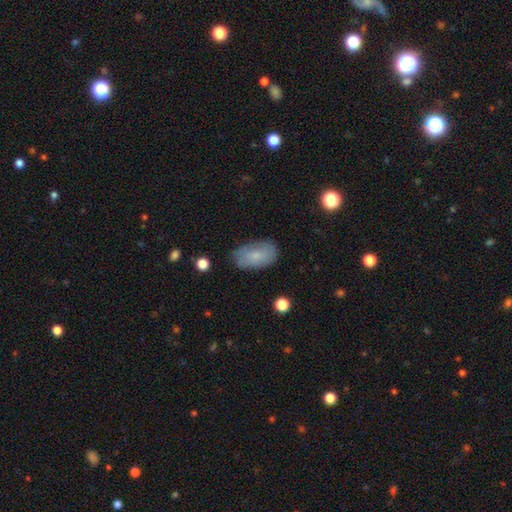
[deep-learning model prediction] smooth 72%, featured or disk 20%, star or artifact 7%. Down the decision tree: how rounded — in between (93%); merging — none (75%).